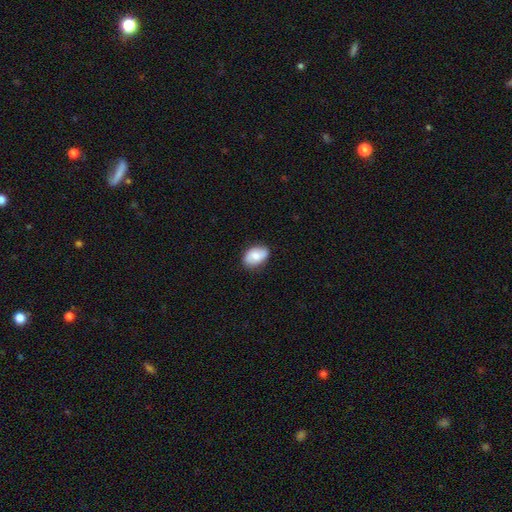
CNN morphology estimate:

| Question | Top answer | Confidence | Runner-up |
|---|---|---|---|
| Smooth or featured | smooth | 65% | featured or disk (29%) |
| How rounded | in between | 86% | round (13%) |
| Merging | none | 81% | minor disturbance (15%) |